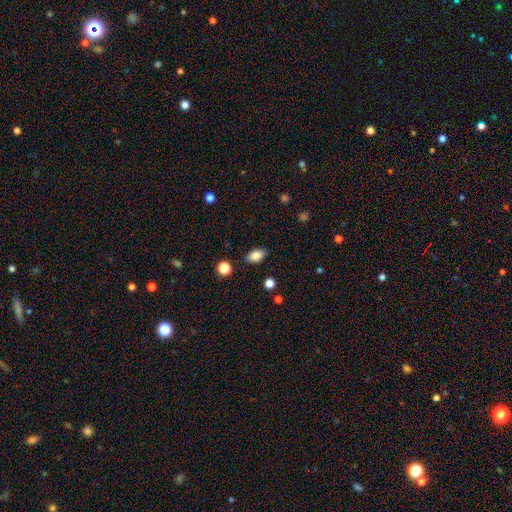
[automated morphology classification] Q: Smooth or featured?
A: smooth (85%); runner-up: star or artifact (9%)
Q: How rounded?
A: in between (89%); runner-up: round (9%)
Q: Merging?
A: none (87%); runner-up: minor disturbance (9%)